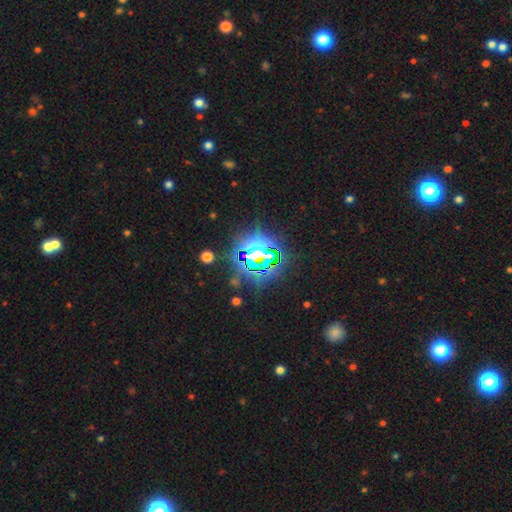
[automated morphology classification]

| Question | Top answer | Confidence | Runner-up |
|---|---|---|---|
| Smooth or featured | star or artifact | 82% | smooth (11%) |